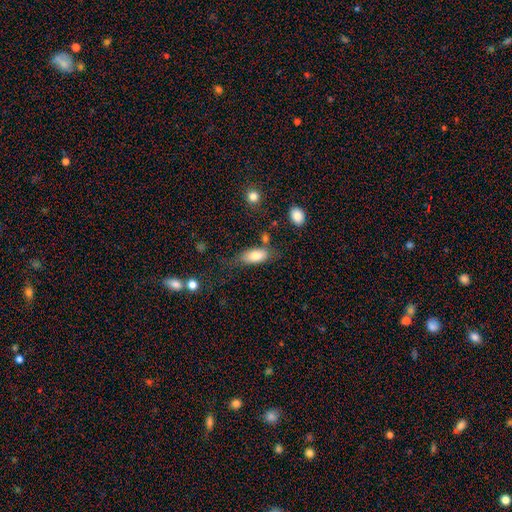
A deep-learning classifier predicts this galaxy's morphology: smooth-or-featured: smooth: 79% | featured or disk: 13% | star or artifact: 7%
  how-rounded: in between: 86% | cigar-shaped: 11% | round: 3%
  merging: none: 61% | minor disturbance: 22% | major disturbance: 8% | merger: 8%